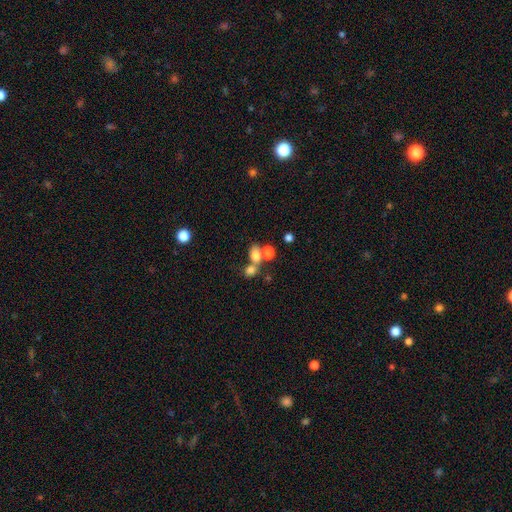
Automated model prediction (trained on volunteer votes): A smooth galaxy with no disk features (73%) that is in between round and cigar-shaped (63%).

Vote fractions:
- Smooth or featured? smooth: 73% / star or artifact: 15% / featured or disk: 13%
- How rounded? in between: 63% / round: 34% / cigar-shaped: 3%
- Merging? merger: 46% / none: 36% / minor disturbance: 10% / major disturbance: 7%